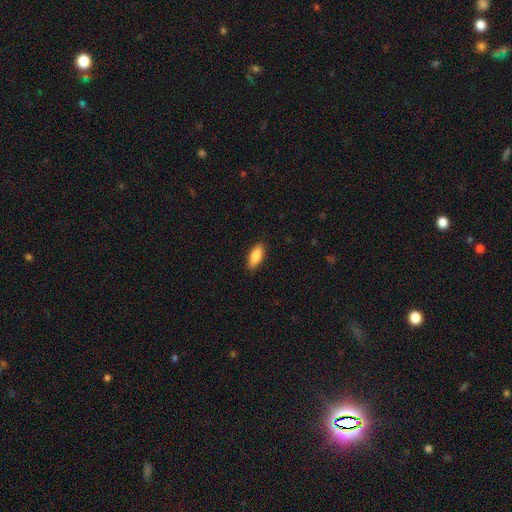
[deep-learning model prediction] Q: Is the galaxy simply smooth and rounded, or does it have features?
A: smooth — 87%.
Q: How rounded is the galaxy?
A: in between — 82%.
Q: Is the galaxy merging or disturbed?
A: none — 88%.